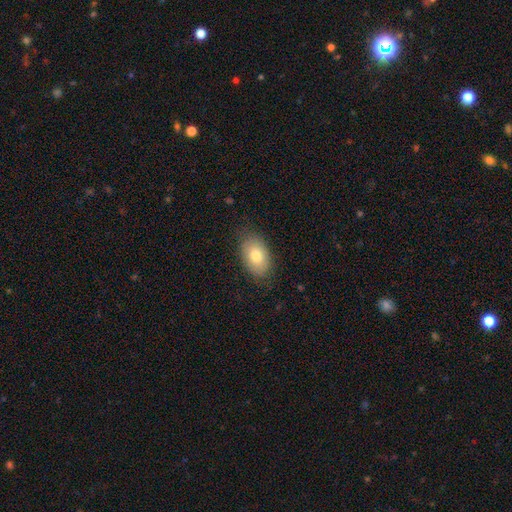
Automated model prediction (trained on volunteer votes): This appears to be a smooth galaxy with no disk features (76%) that is in between round and cigar-shaped (88%). Merging: none (81%).